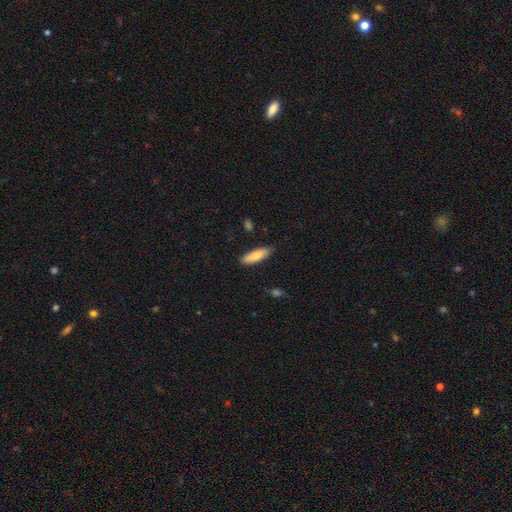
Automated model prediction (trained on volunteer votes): Q: Smooth or featured?
A: smooth (78%); runner-up: featured or disk (16%)
Q: How rounded?
A: in between (57%); runner-up: cigar-shaped (41%)
Q: Merging?
A: none (86%); runner-up: minor disturbance (11%)